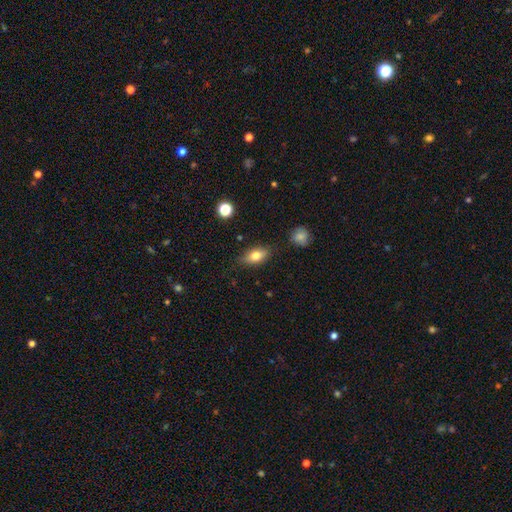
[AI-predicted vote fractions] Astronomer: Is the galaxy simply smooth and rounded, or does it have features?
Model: smooth — 71%.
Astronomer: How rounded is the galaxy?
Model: in between — 83%.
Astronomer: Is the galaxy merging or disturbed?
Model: none — 80%.